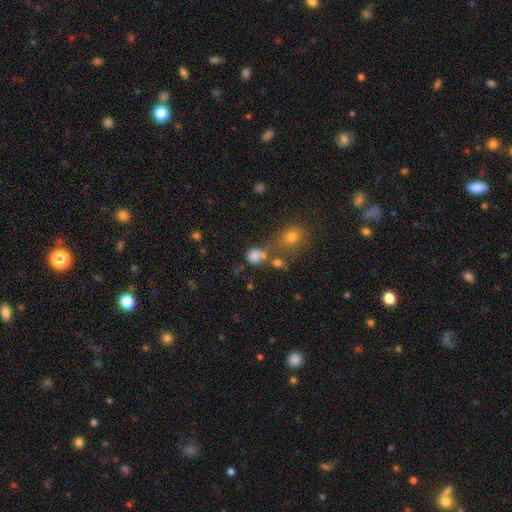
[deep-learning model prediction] Smooth or featured? Predicted: smooth (p=0.77). How rounded? Predicted: round (p=0.77). Merging? Predicted: none (p=0.49).